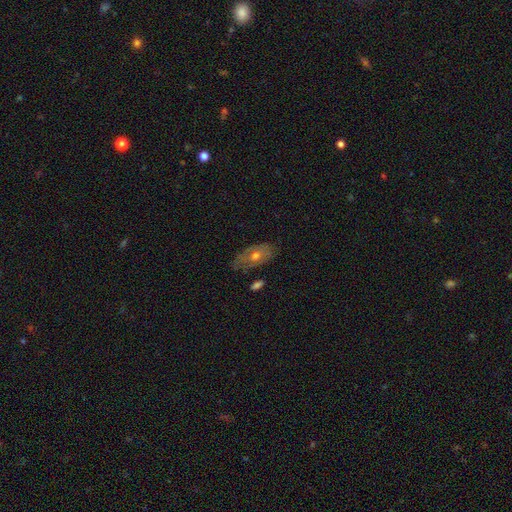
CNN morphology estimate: smooth 46%, featured or disk 45%, star or artifact 9%. Down the decision tree: merging — none (68%).